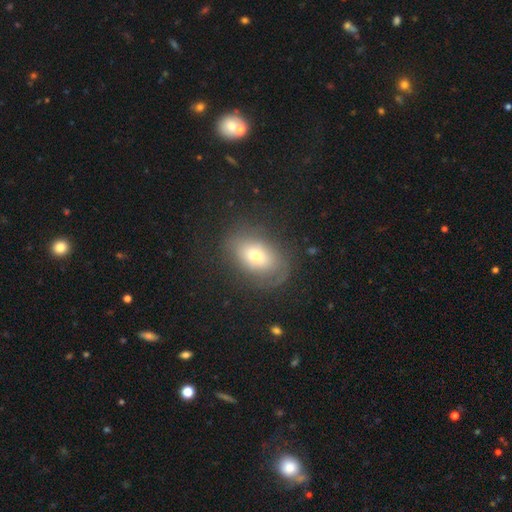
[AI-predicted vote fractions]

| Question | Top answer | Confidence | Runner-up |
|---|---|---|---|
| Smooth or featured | smooth | 63% | featured or disk (25%) |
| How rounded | in between | 76% | round (23%) |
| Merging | none | 65% | minor disturbance (20%) |